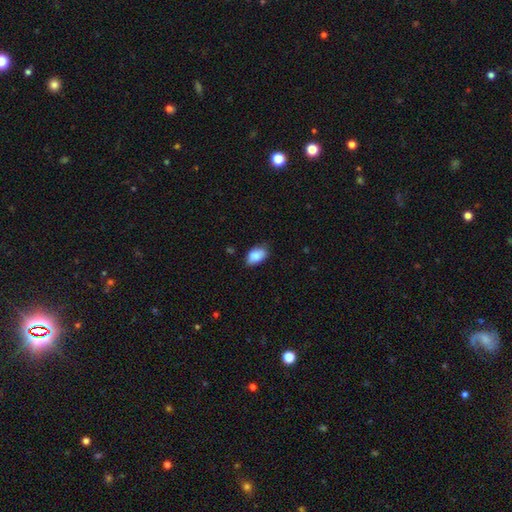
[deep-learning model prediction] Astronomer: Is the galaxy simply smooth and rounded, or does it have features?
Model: smooth — 88%.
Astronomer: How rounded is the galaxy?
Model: in between — 92%.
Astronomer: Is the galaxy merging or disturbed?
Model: none — 75%.